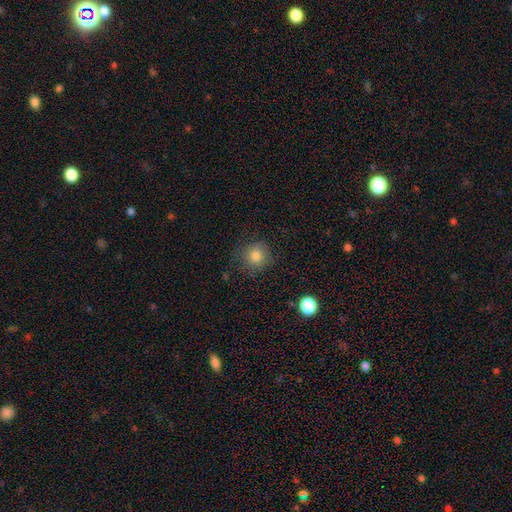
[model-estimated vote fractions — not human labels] Morphology: type=smooth (81%); roundness=round (92%); merging=none (84%).